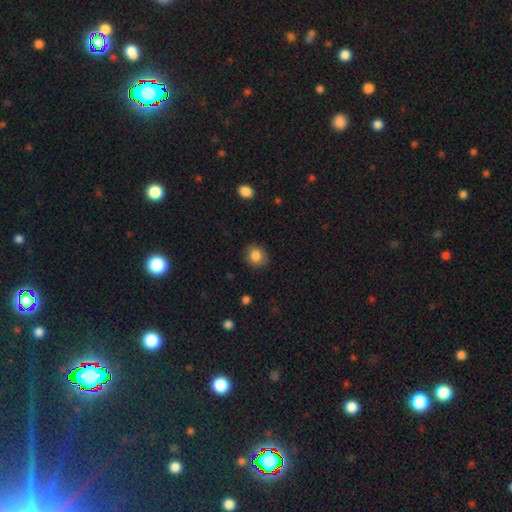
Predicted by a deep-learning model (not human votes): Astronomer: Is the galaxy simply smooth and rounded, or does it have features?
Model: smooth — 85%.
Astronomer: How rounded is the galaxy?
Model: round — 69%.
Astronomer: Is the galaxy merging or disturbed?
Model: none — 85%.